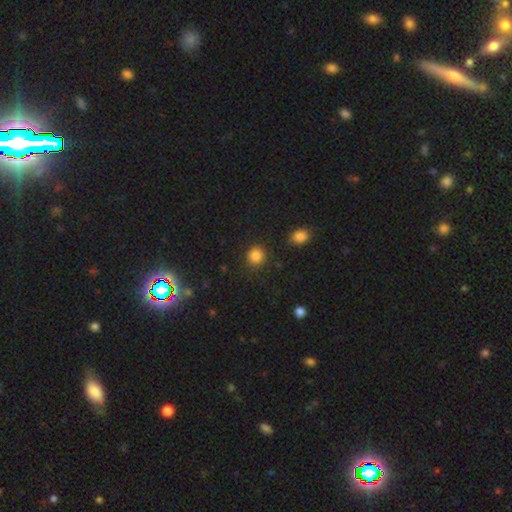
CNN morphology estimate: type=smooth (85%); roundness=round (88%); merging=none (87%).